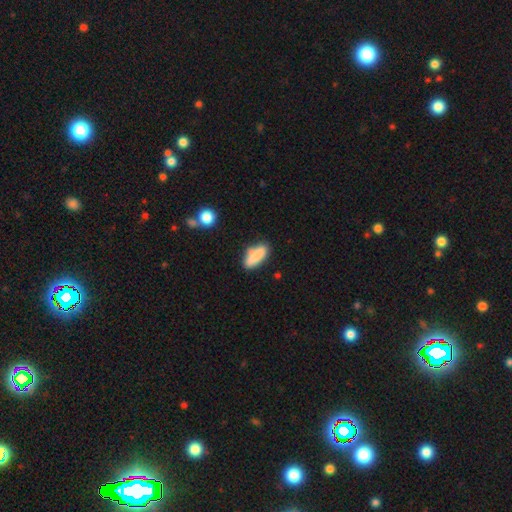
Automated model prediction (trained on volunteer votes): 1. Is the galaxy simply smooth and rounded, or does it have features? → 79% smooth, 13% featured or disk, 7% star or artifact.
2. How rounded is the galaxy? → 55% in between, 42% cigar-shaped, 2% round.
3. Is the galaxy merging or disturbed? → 64% none, 22% minor disturbance, 8% merger, 6% major disturbance.